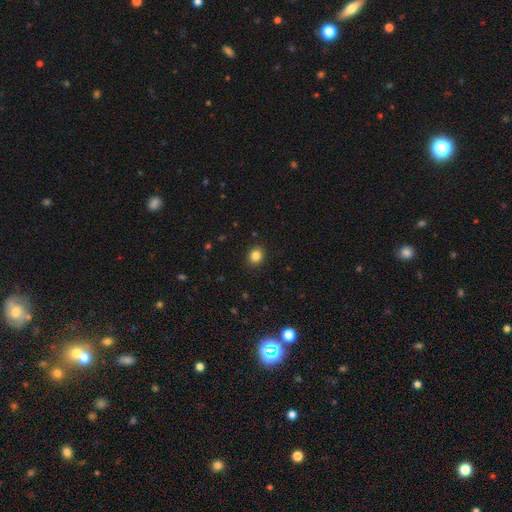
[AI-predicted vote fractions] The model was most divided on "how rounded": round: 74%, in between: 25%, cigar-shaped: 1%. More confident: merging — none (91%); smooth or featured — smooth (83%).